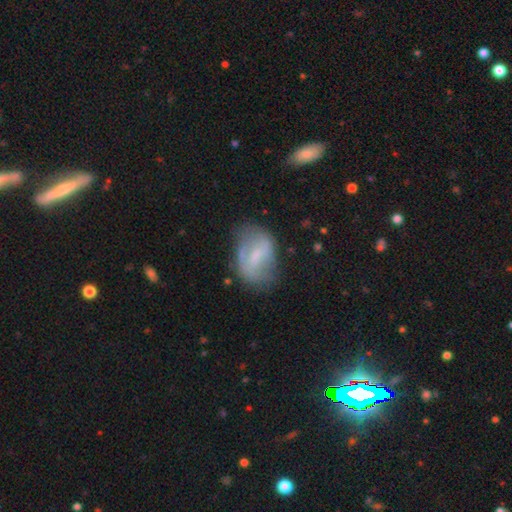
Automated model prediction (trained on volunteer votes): Overall: featured or disk (51%; smooth 41%). Edge-on disk: no (96%). Merging: none (56%; minor disturbance 28%).